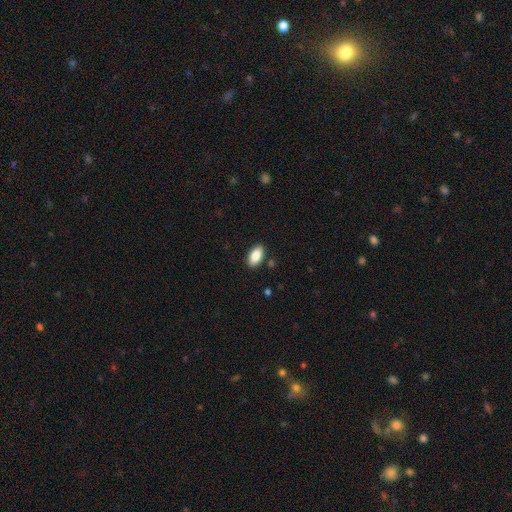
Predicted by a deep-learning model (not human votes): Smooth or featured? smooth (88%)
How rounded? in between (93%)
Merging? none (88%)